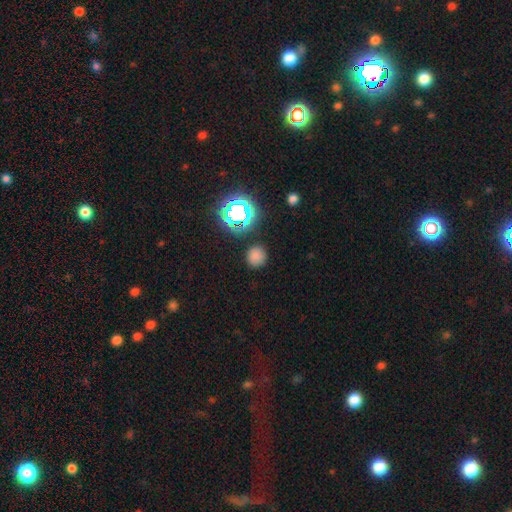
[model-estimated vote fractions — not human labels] A smooth galaxy with no disk features (72%) that is round (91%).

Vote fractions:
- Smooth or featured? smooth: 72% / star or artifact: 21% / featured or disk: 7%
- How rounded? round: 91% / in between: 8% / cigar-shaped: 1%
- Merging? none: 86% / minor disturbance: 9% / major disturbance: 3% / merger: 2%